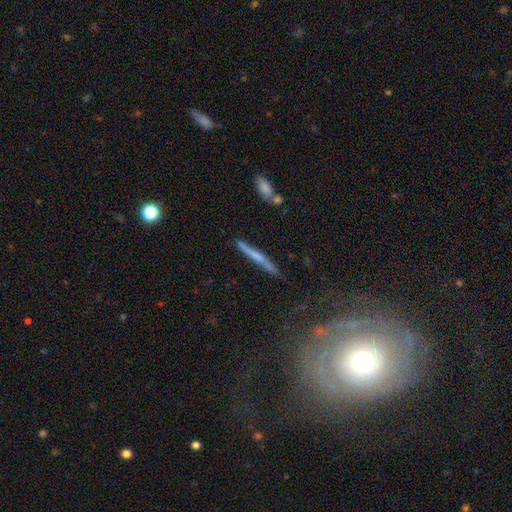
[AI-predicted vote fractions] This appears to be a featured or disk galaxy (54%) viewed edge-on (96%) with no central bulge (51%). Merging: none (83%).